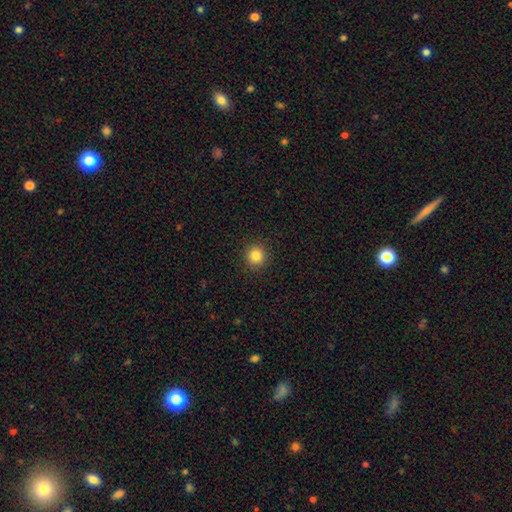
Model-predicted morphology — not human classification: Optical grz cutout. It shows a smooth galaxy with no disk features (84%) that is round (92%). Merging: none (92%).